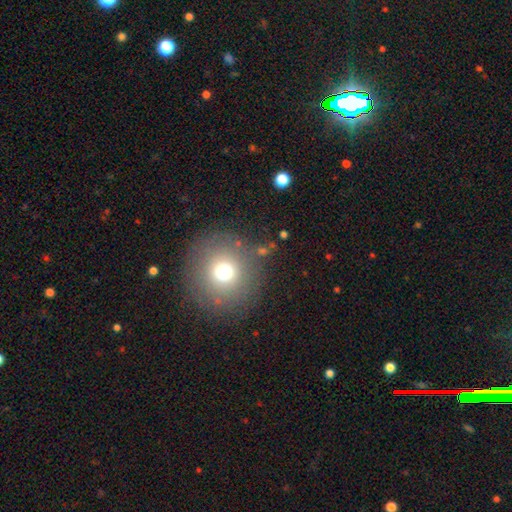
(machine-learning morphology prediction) smooth-or-featured: smooth: 69% | star or artifact: 19% | featured or disk: 12%
  how-rounded: round: 94% | in between: 5% | cigar-shaped: 1%
  merging: none: 85% | minor disturbance: 8% | major disturbance: 3% | merger: 3%